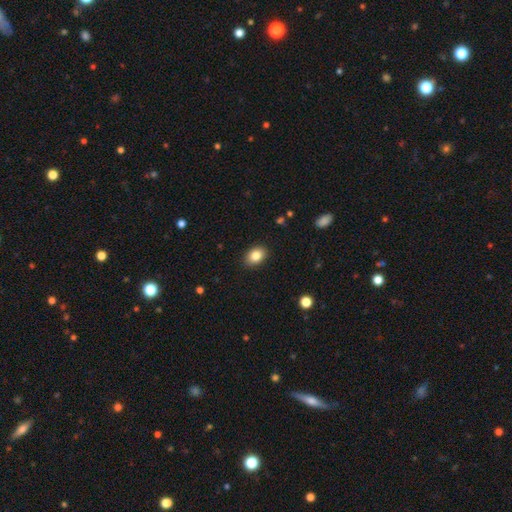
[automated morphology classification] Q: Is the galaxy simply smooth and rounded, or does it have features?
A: smooth — 84%.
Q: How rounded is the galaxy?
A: in between — 79%.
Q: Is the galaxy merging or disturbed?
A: none — 89%.